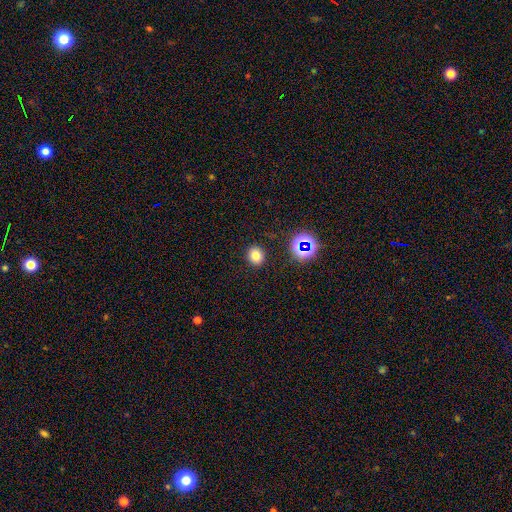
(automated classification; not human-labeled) smooth 74%, star or artifact 18%, featured or disk 8%. Down the decision tree: how rounded — round (75%); merging — none (89%).